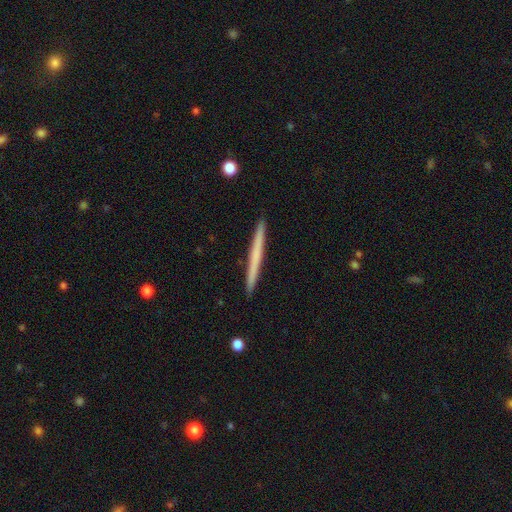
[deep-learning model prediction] Smooth or featured: smooth — 52% (featured or disk — 42%)
How rounded: cigar-shaped — 97% (in between — 1%)
Merging: none — 93% (minor disturbance — 5%)